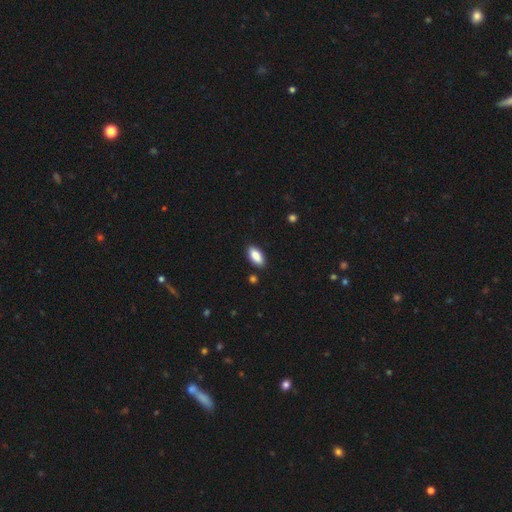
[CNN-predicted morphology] Smooth or featured? smooth (87%)
How rounded? in between (90%)
Merging? none (87%)